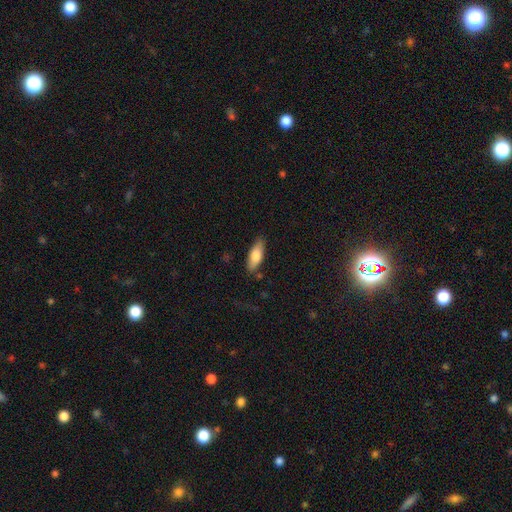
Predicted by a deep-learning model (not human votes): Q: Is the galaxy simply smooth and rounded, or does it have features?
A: smooth — 76%.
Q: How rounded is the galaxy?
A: in between — 68%.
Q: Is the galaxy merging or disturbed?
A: none — 82%.